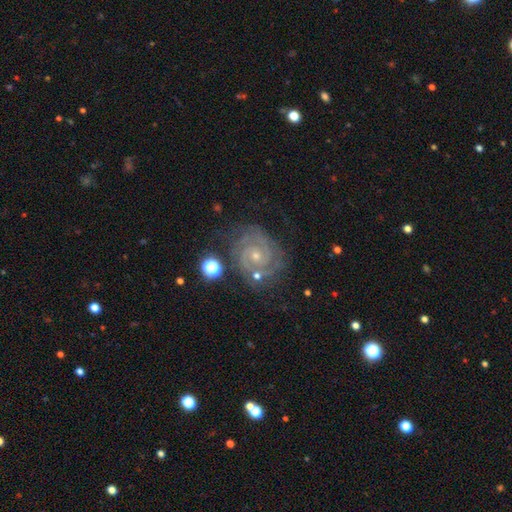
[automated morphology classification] smooth_or_featured: featured or disk (p=0.89) [alt: star or artifact p=0.07]
disk_edge_on: no (p=0.98) [alt: yes p=0.02]
bar: no (p=0.69) [alt: weak p=0.24]
has_spiral_arms: yes (p=0.98) [alt: no p=0.02]
spiral_winding: tight (p=0.76) [alt: medium p=0.21]
spiral_arm_count: 2 (p=0.60) [alt: 3 p=0.19]
bulge_size: small (p=0.68) [alt: moderate p=0.28]
merging: none (p=0.74) [alt: minor disturbance p=0.17]